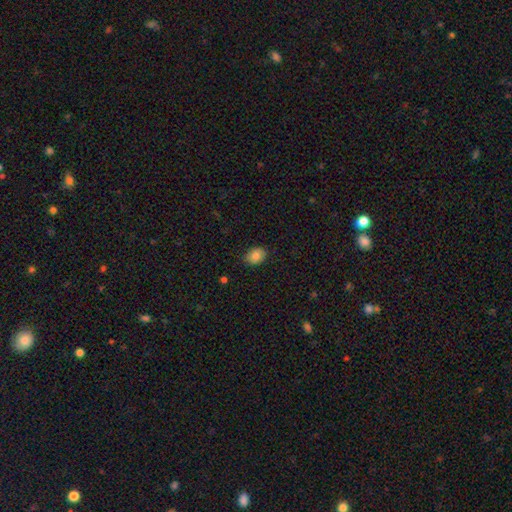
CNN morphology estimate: smooth 84%, star or artifact 8%, featured or disk 8%. Down the decision tree: how rounded — in between (72%); merging — none (84%).